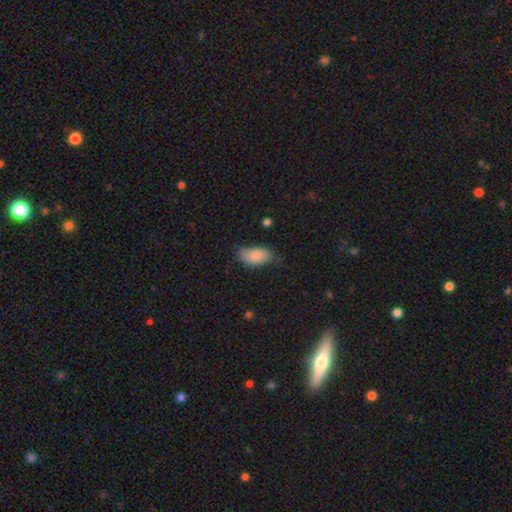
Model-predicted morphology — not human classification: Smooth or featured? smooth (82%)
How rounded? in between (94%)
Merging? none (55%)